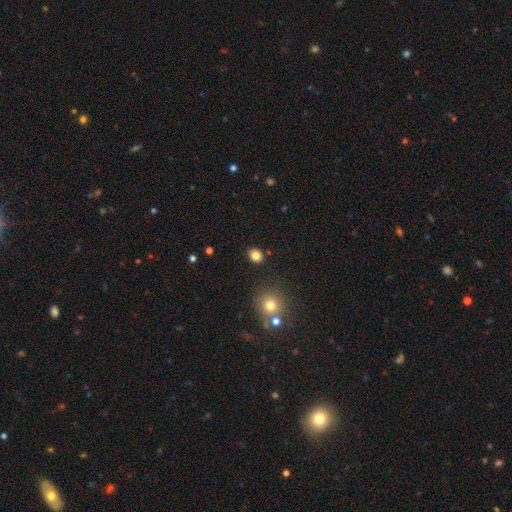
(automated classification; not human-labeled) Morphology: type=smooth (83%); roundness=round (55%); merging=none (87%).